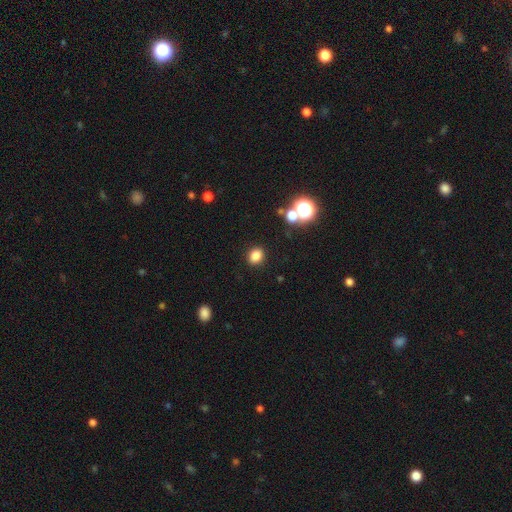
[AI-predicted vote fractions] Overall: smooth (82%). How rounded: round (51%; in between 48%). Merging: none (89%).